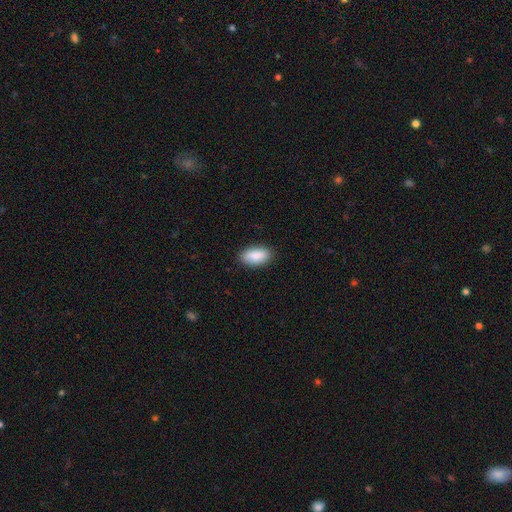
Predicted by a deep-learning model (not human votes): Q: Smooth or featured?
A: smooth (89%); runner-up: star or artifact (6%)
Q: How rounded?
A: in between (92%); runner-up: cigar-shaped (5%)
Q: Merging?
A: none (88%); runner-up: minor disturbance (9%)